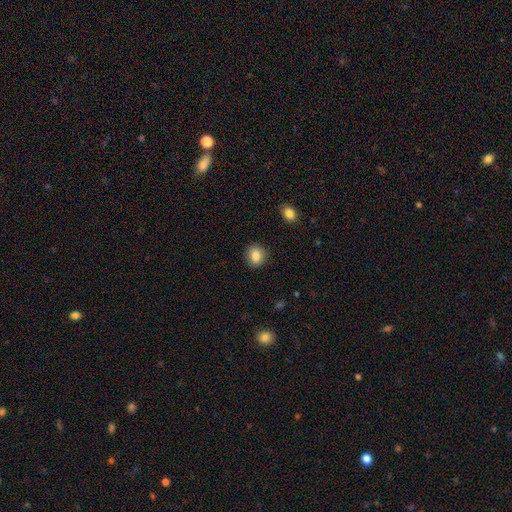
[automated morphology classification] This appears to be a smooth galaxy with no disk features (85%) that is round (72%). Merging: none (89%).